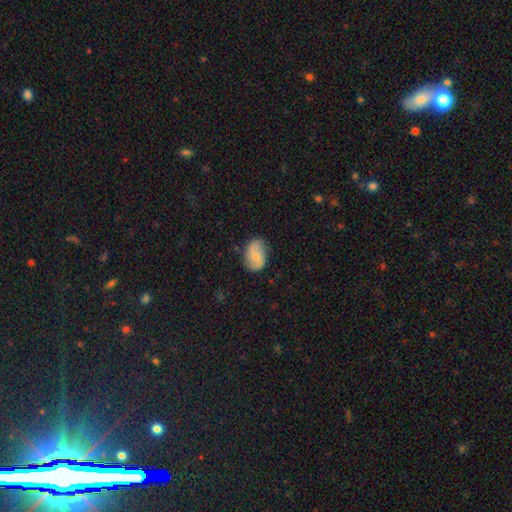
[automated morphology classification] Smooth or featured?
  - smooth: 48% *
  - featured or disk: 45%
  - star or artifact: 7%
Merging?
  - none: 72% *
  - minor disturbance: 22%
  - major disturbance: 5%
  - merger: 1%